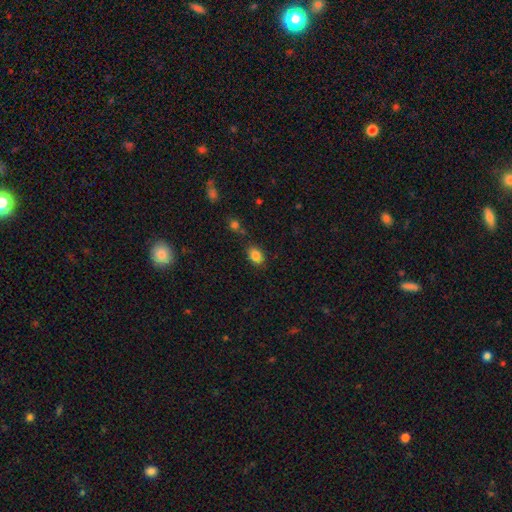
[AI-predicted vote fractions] Smooth or featured?
  - smooth: 85% *
  - star or artifact: 9%
  - featured or disk: 5%
How rounded?
  - in between: 76% *
  - round: 23%
  - cigar-shaped: 1%
Merging?
  - none: 73% *
  - minor disturbance: 16%
  - merger: 6%
  - major disturbance: 4%